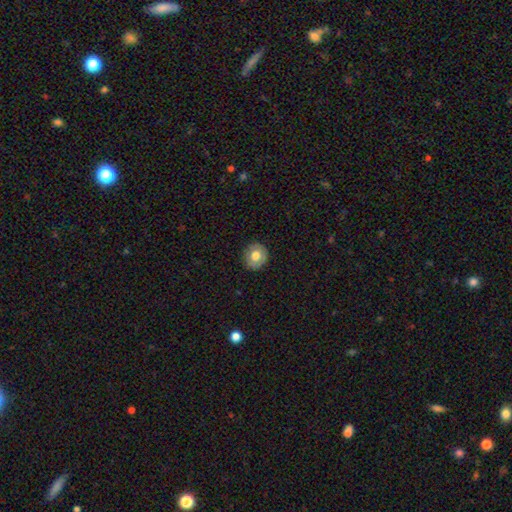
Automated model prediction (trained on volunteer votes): Overall: smooth (70%). How rounded: round (86%). Merging: none (88%).